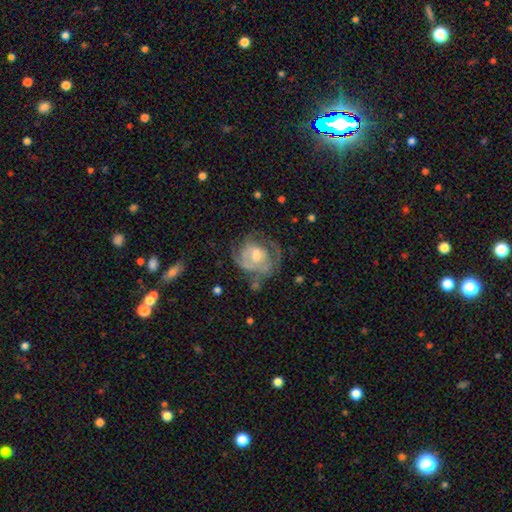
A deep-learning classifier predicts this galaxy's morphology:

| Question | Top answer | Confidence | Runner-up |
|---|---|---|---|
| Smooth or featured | featured or disk | 72% | smooth (21%) |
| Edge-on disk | no | 98% | yes (2%) |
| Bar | no | 63% | weak (31%) |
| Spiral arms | yes | 78% | no (22%) |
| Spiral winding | tight | 51% | medium (35%) |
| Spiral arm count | can't tell | 37% | 2 (28%) |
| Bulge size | moderate | 48% | small (22%) |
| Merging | none | 44% | major disturbance (29%) |